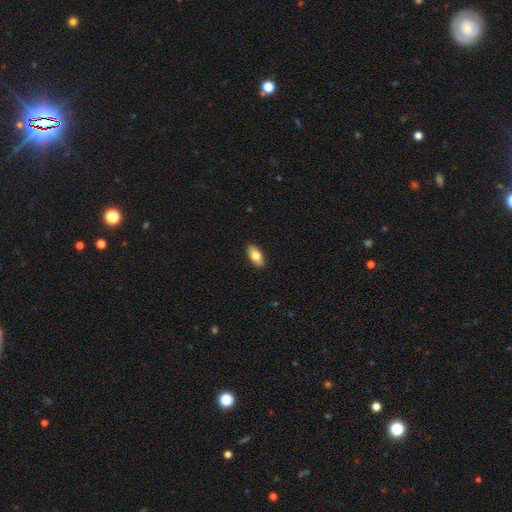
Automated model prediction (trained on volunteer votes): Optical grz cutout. It shows a smooth galaxy with no disk features (81%) that is in between round and cigar-shaped (92%). Merging: none (90%).